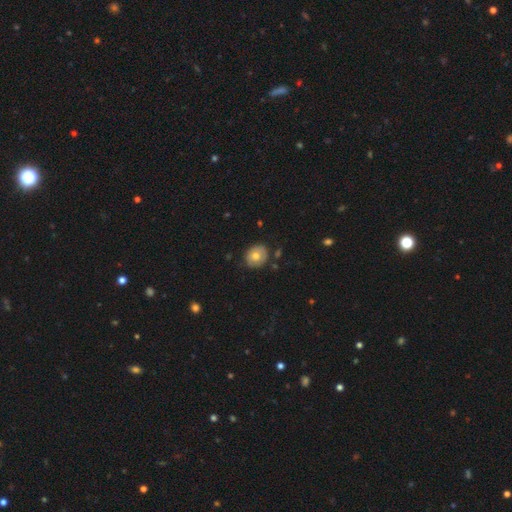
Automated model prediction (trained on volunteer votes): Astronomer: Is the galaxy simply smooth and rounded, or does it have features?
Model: smooth — 68%.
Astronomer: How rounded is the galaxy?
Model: round — 70%.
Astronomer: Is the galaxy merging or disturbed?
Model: none — 78%.